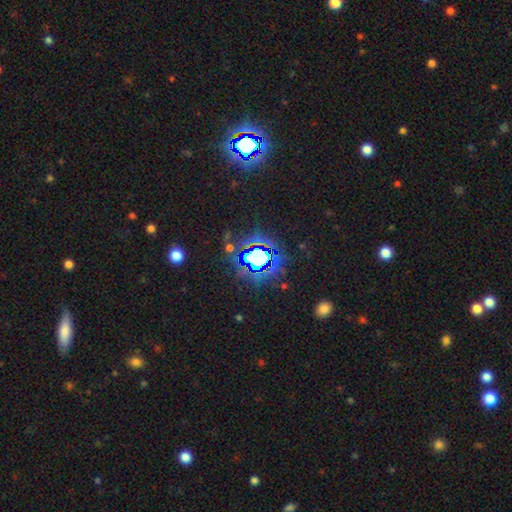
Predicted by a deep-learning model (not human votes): Smooth or featured? Predicted: star or artifact (p=0.73).